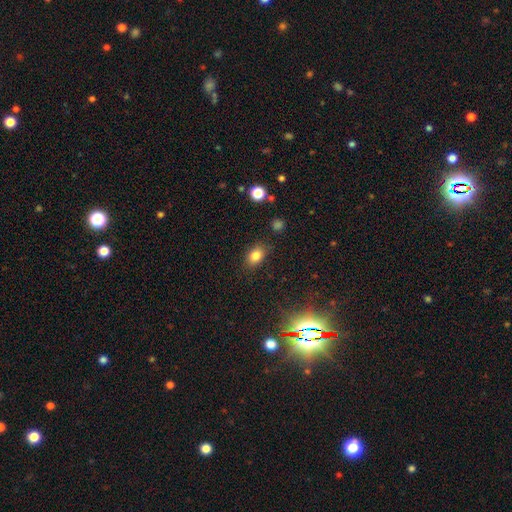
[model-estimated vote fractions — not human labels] smooth-or-featured: smooth: 81% | star or artifact: 12% | featured or disk: 7%
  how-rounded: in between: 77% | round: 22% | cigar-shaped: 2%
  merging: none: 82% | minor disturbance: 13% | major disturbance: 3% | merger: 2%